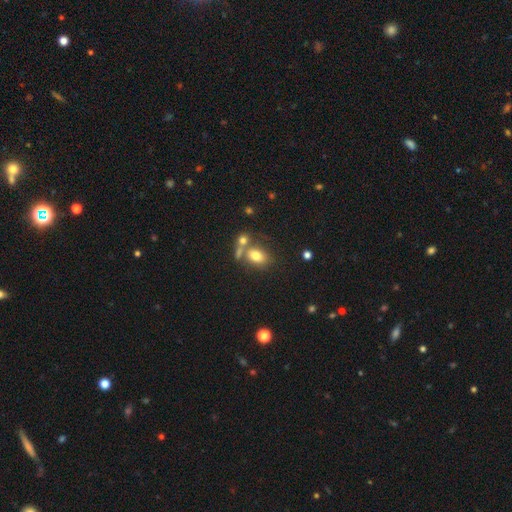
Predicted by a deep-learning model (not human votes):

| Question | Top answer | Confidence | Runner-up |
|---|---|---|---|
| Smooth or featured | smooth | 76% | featured or disk (14%) |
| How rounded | in between | 73% | round (25%) |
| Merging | none | 47% | merger (35%) |